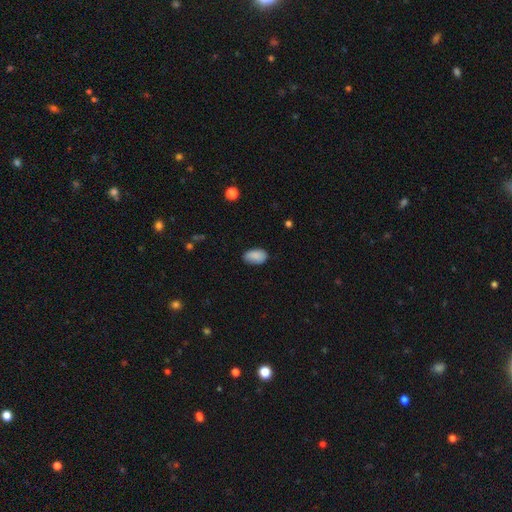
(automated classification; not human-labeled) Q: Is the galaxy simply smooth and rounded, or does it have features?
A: smooth — 88%.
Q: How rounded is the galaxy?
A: in between — 93%.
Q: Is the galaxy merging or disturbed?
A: none — 81%.